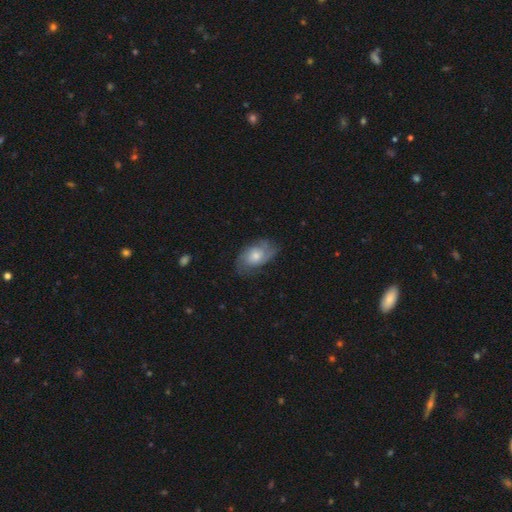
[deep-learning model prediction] Morphology: type=featured or disk (50%); edge-on=no (94%); merging=none (66%).